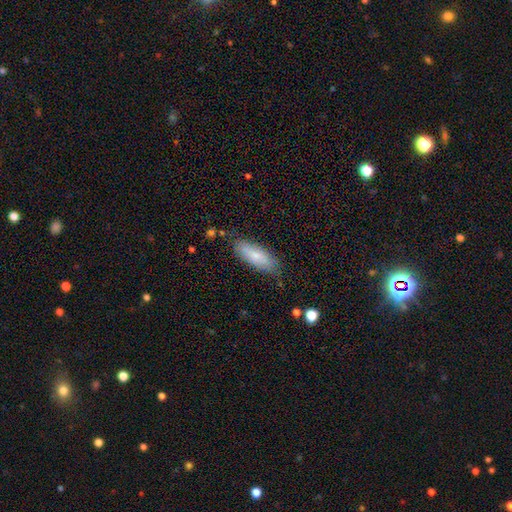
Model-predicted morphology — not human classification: Overall: smooth (77%). How rounded: in between (64%; cigar-shaped 34%). Merging: none (79%).